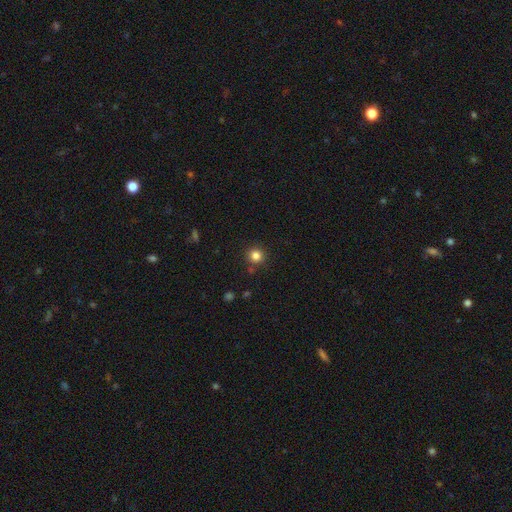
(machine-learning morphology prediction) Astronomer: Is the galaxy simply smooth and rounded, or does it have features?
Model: smooth — 83%.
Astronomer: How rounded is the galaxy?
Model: round — 93%.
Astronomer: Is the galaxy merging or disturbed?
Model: none — 88%.